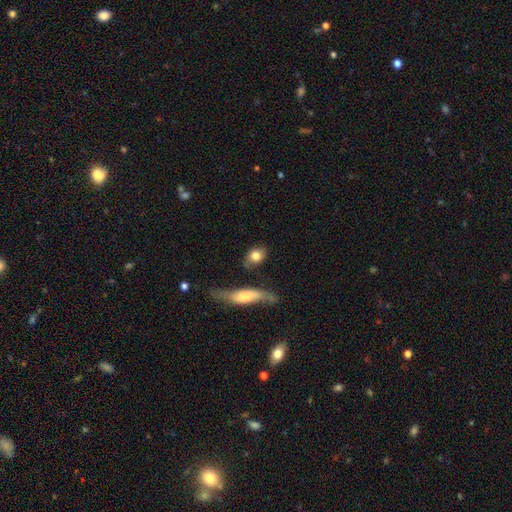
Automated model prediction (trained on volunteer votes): Smooth or featured? smooth (78%)
How rounded? in between (59%)
Merging? none (65%)